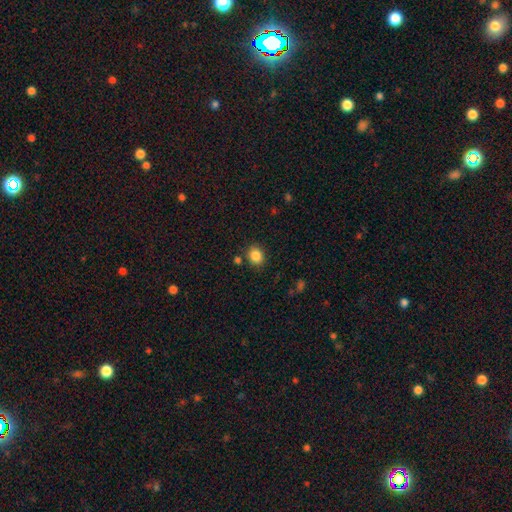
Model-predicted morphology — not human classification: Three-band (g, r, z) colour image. It shows a smooth galaxy with no disk features (86%) that is round (60%). Merging: none (83%).